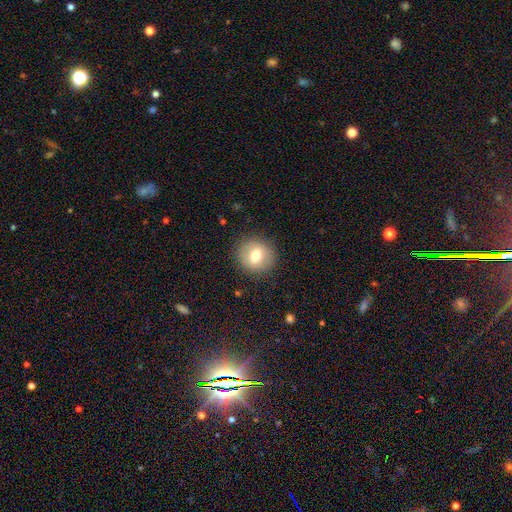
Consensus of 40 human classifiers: Smooth or featured: smooth — 70% (featured or disk — 18%)
How rounded: round — 93% (in between — 7%)
Merging: none — 94% (minor disturbance — 6%)